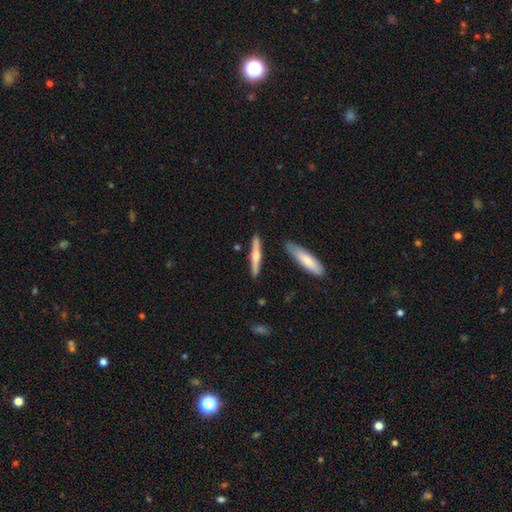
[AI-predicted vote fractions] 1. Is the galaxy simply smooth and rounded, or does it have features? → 50% featured or disk, 44% smooth, 5% star or artifact.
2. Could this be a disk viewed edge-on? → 96% yes, 4% no.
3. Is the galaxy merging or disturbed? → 86% none, 8% minor disturbance, 4% merger, 2% major disturbance.